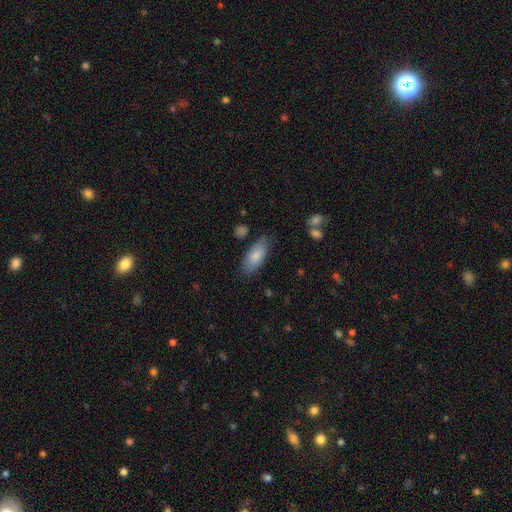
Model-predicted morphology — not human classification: Smooth or featured? Predicted: smooth (p=0.83). How rounded? Predicted: in between (p=0.85). Merging? Predicted: none (p=0.77).